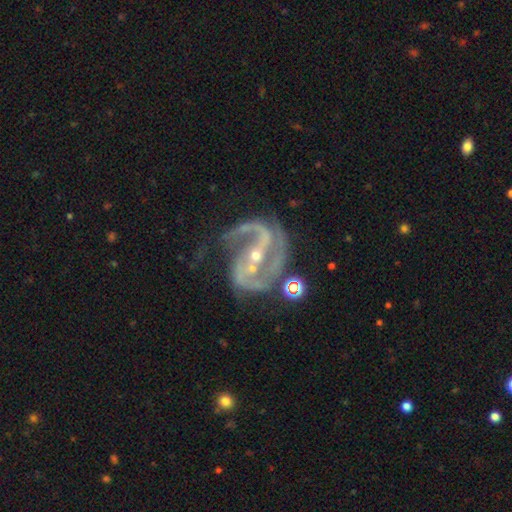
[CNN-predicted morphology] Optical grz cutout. It shows a featured or disk galaxy (91%) with a strong bar (50%), 2 (81%) medium (57%) spiral arms (97%) and a small central bulge (74%). Merging: none (47%).